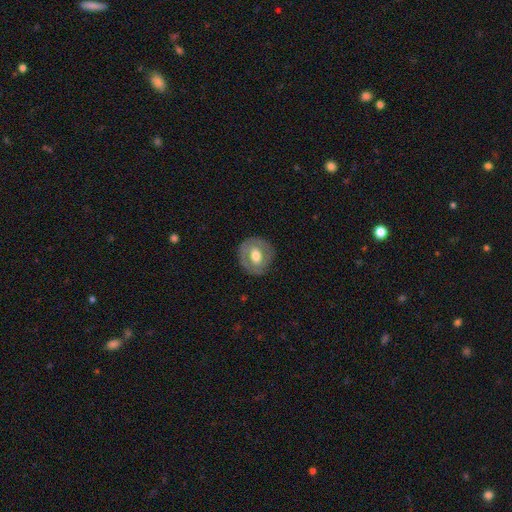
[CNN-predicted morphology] Smooth or featured: smooth — 48% (featured or disk — 46%)
Merging: none — 82% (minor disturbance — 12%)